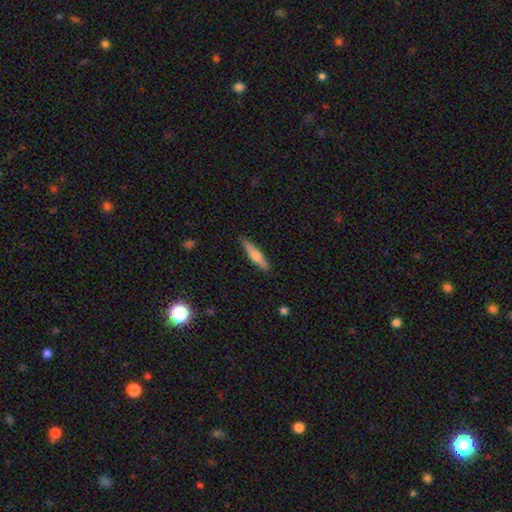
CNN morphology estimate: The model was most divided on "smooth or featured": smooth: 56%, featured or disk: 38%, star or artifact: 6%. More confident: merging — none (86%); how rounded — cigar-shaped (84%).